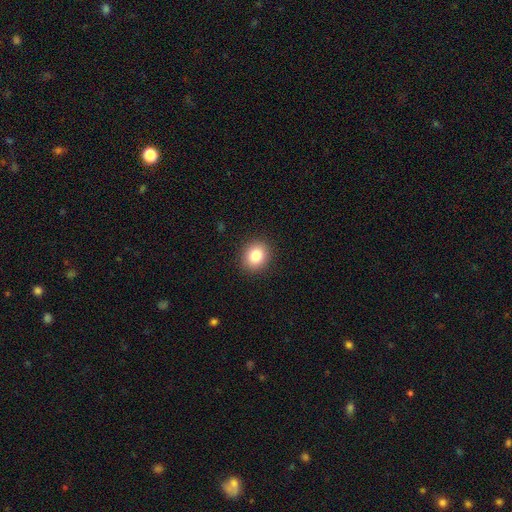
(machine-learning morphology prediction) type=smooth (83%); roundness=round (68%); merging=none (91%).